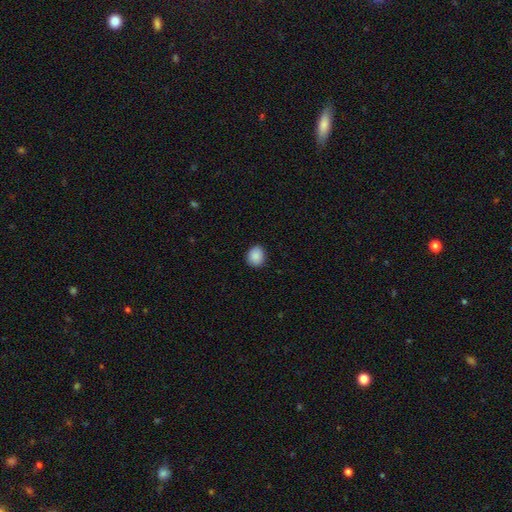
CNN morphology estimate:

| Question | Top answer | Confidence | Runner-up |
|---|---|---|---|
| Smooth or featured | smooth | 89% | star or artifact (8%) |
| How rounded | round | 62% | in between (37%) |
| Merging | none | 87% | minor disturbance (10%) |